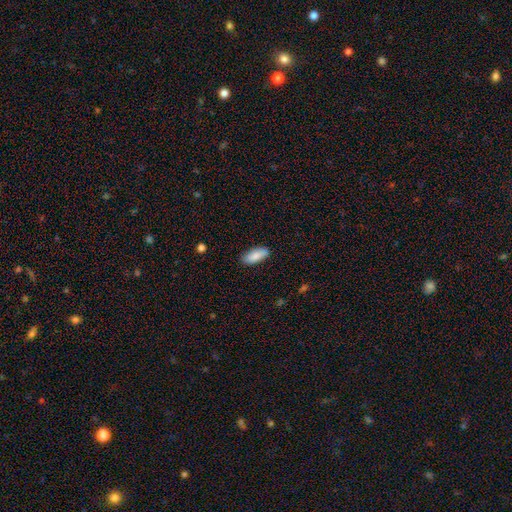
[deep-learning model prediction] smooth 85%, featured or disk 8%, star or artifact 6%. Down the decision tree: how rounded — in between (82%); merging — none (86%).